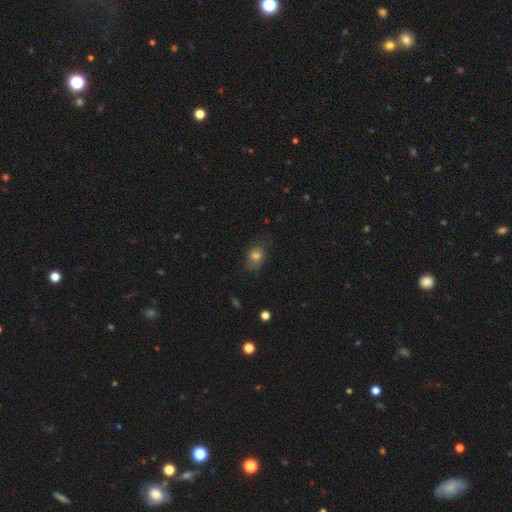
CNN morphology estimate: Q: Smooth or featured?
A: smooth (77%); runner-up: star or artifact (12%)
Q: How rounded?
A: in between (60%); runner-up: round (39%)
Q: Merging?
A: none (67%); runner-up: minor disturbance (23%)